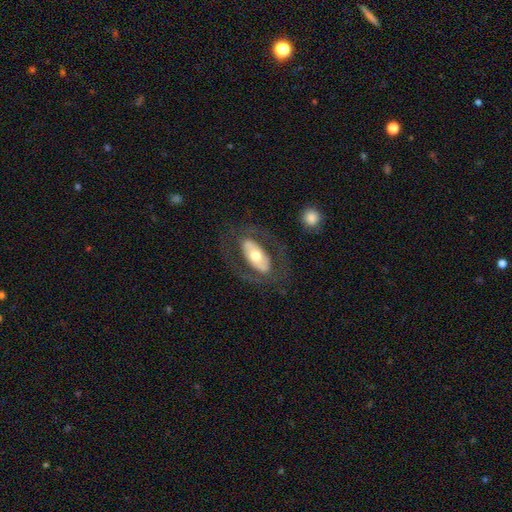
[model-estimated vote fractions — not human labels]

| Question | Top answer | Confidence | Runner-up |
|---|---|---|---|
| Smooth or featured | featured or disk | 61% | smooth (34%) |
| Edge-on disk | no | 87% | yes (13%) |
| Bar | no | 53% | strong (29%) |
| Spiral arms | no | 64% | yes (36%) |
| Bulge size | moderate | 63% | small (20%) |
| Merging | none | 72% | major disturbance (14%) |